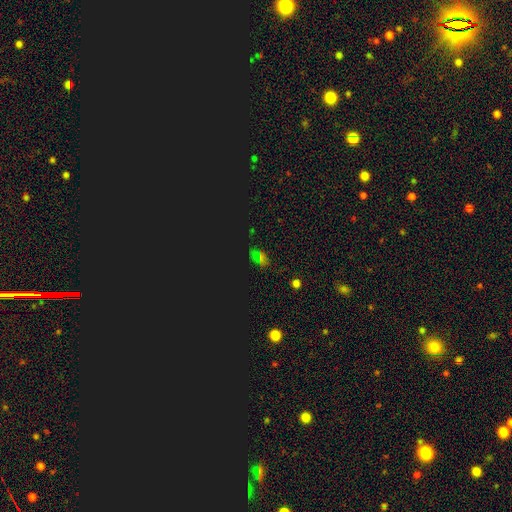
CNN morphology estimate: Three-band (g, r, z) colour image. It shows a star or artifact, not a galaxy (61%).